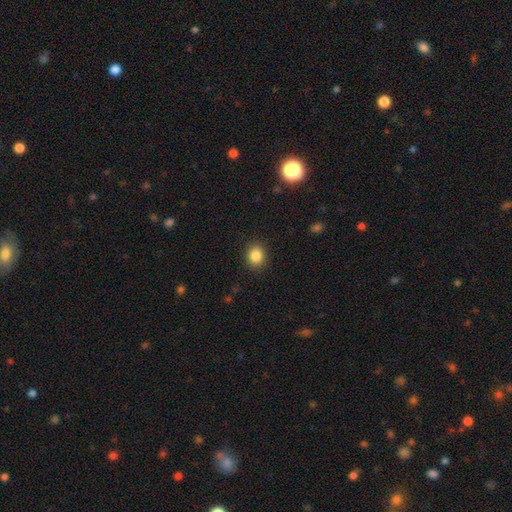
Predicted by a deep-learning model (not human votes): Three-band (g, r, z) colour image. It shows a smooth galaxy with no disk features (86%) that is round (69%). Merging: none (89%).